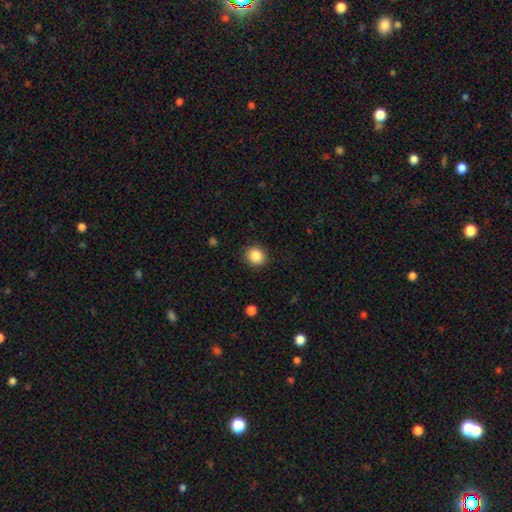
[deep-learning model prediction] A smooth galaxy with no disk features (87%) that is round (85%). Merging: none (89%).